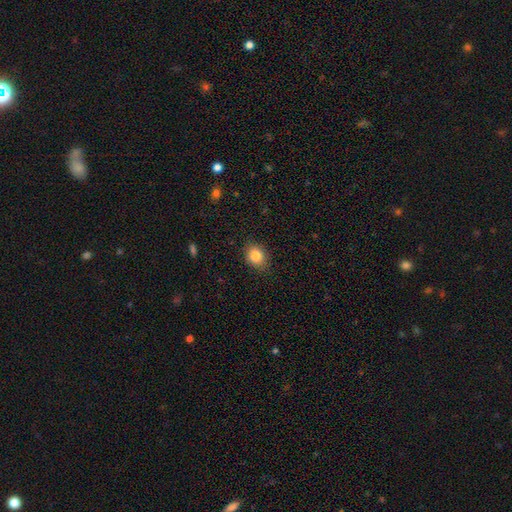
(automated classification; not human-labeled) smooth 84%, star or artifact 10%, featured or disk 6%. Down the decision tree: how rounded — round (61%); merging — none (85%).